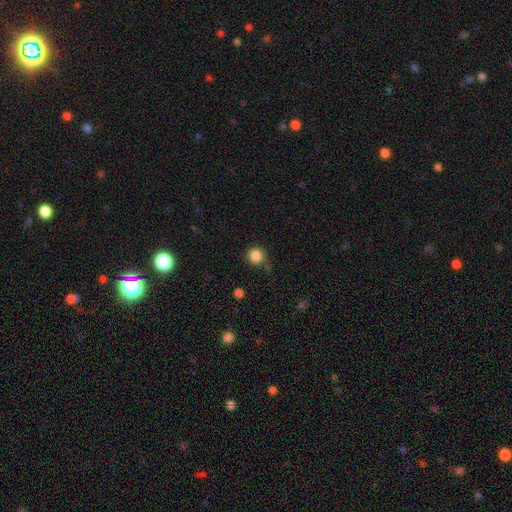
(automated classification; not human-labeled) Q: Smooth or featured?
A: smooth (85%); runner-up: star or artifact (11%)
Q: How rounded?
A: round (94%); runner-up: in between (5%)
Q: Merging?
A: none (72%); runner-up: minor disturbance (18%)